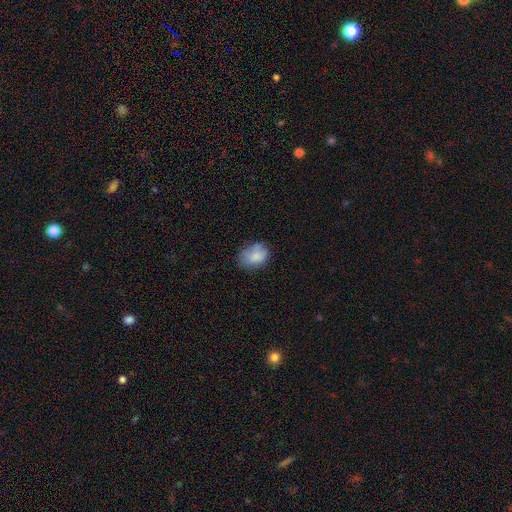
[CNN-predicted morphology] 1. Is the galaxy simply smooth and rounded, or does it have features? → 77% smooth, 14% featured or disk, 9% star or artifact.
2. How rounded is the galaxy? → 66% in between, 33% round, 1% cigar-shaped.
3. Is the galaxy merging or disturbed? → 61% none, 27% minor disturbance, 10% major disturbance, 2% merger.